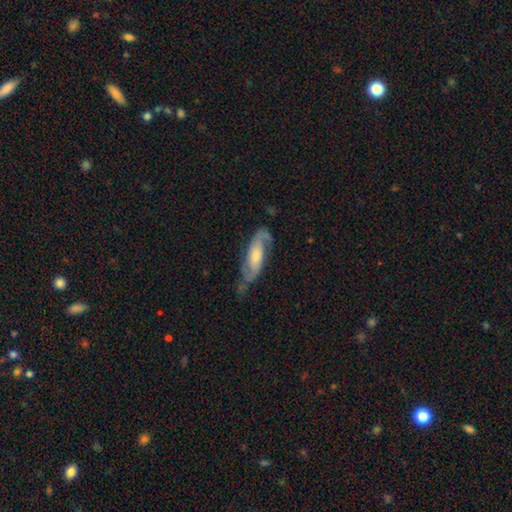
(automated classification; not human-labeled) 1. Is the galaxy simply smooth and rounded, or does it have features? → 81% featured or disk, 14% smooth, 5% star or artifact.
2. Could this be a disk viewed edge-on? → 91% no, 9% yes.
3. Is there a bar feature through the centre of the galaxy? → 51% no, 34% weak, 15% strong.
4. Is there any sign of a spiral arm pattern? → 95% yes, 5% no.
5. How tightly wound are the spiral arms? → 47% medium, 27% loose, 26% tight.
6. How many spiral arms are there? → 88% 2, 6% can't tell, 3% 1, 1% 3, 1% 4, 1% more than 4.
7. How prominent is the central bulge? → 48% moderate, 34% small, 11% large, 5% none, 2% dominant.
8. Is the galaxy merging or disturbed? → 68% none, 20% minor disturbance, 10% major disturbance, 2% merger.